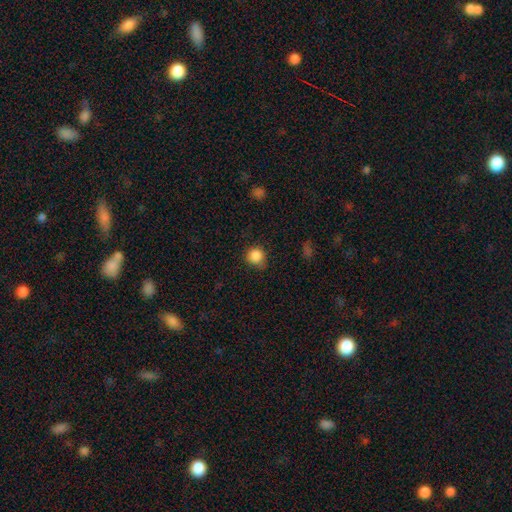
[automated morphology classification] smooth_or_featured: smooth (p=0.86) [alt: star or artifact p=0.10]
how_rounded: round (p=0.91) [alt: in between p=0.08]
merging: none (p=0.72) [alt: minor disturbance p=0.21]